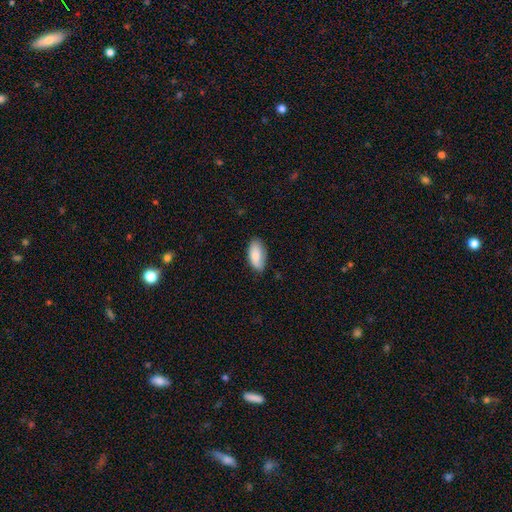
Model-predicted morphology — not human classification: Overall: smooth (81%). How rounded: in between (93%). Merging: none (78%).